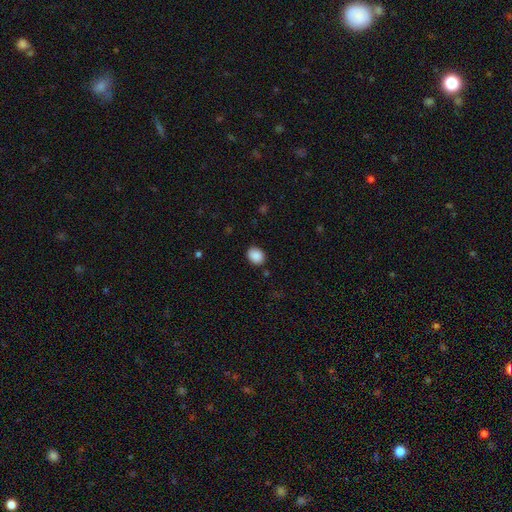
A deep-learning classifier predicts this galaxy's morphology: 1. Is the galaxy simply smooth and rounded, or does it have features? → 89% smooth, 8% star or artifact, 3% featured or disk.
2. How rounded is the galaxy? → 50% round, 49% in between, 1% cigar-shaped.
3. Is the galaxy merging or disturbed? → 85% none, 11% minor disturbance, 3% major disturbance, 2% merger.